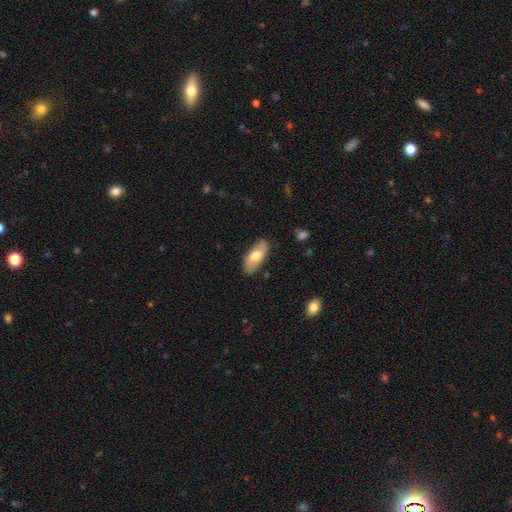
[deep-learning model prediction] smooth_or_featured: smooth (p=0.63) [alt: featured or disk p=0.31]
how_rounded: in between (p=0.84) [alt: cigar-shaped p=0.13]
merging: none (p=0.83) [alt: minor disturbance p=0.13]